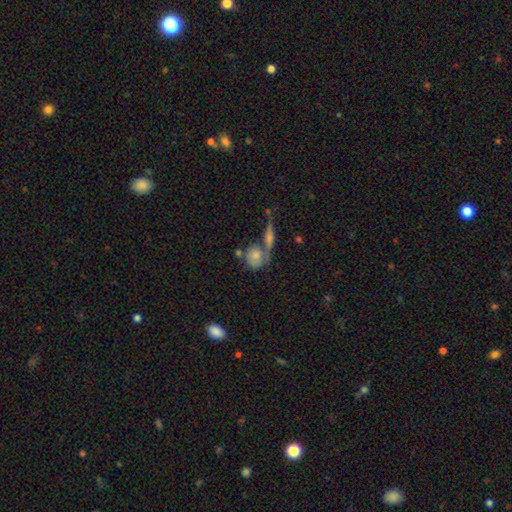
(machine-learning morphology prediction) Smooth or featured: smooth — 66% (featured or disk — 25%)
How rounded: round — 64% (in between — 31%)
Merging: none — 46% (merger — 33%)